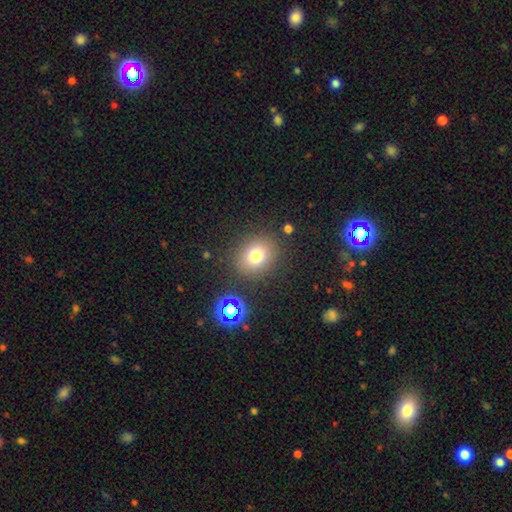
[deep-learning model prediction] Smooth or featured? smooth (75%)
How rounded? round (68%)
Merging? none (85%)